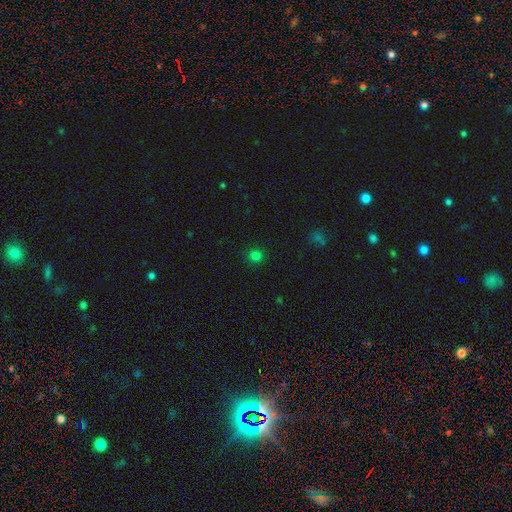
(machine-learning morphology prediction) smooth-or-featured: smooth: 78% | star or artifact: 18% | featured or disk: 4%
  how-rounded: round: 91% | in between: 8% | cigar-shaped: 1%
  merging: none: 90% | minor disturbance: 6% | major disturbance: 2% | merger: 1%